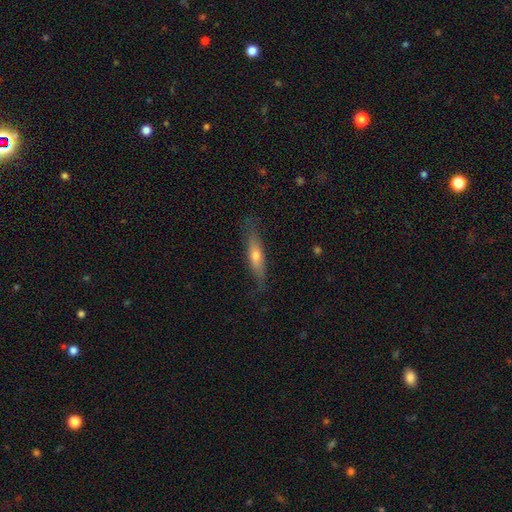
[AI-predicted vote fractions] Q: Smooth or featured?
A: featured or disk (52%); runner-up: smooth (40%)
Q: Edge-on disk?
A: yes (81%); runner-up: no (19%)
Q: Merging?
A: none (79%); runner-up: minor disturbance (16%)